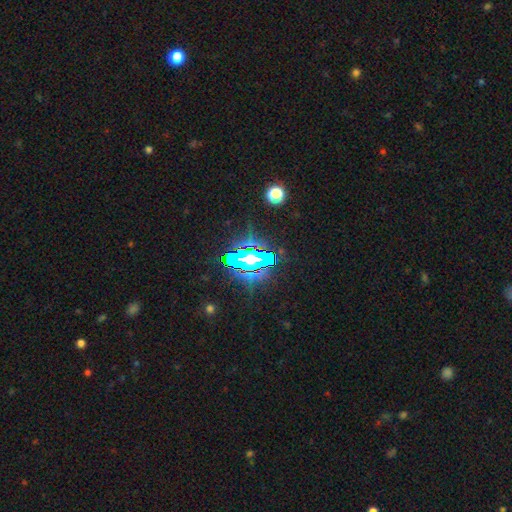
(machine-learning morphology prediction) A star or artifact, not a galaxy (64%).